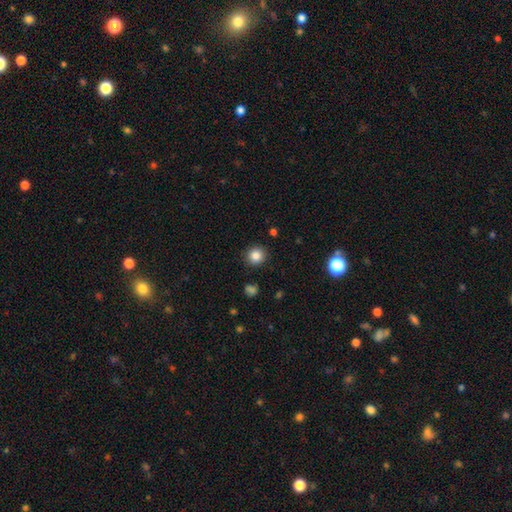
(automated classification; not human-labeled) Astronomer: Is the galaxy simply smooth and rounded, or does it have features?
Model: smooth — 84%.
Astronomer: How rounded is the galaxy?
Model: round — 91%.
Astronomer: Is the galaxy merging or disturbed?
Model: none — 91%.